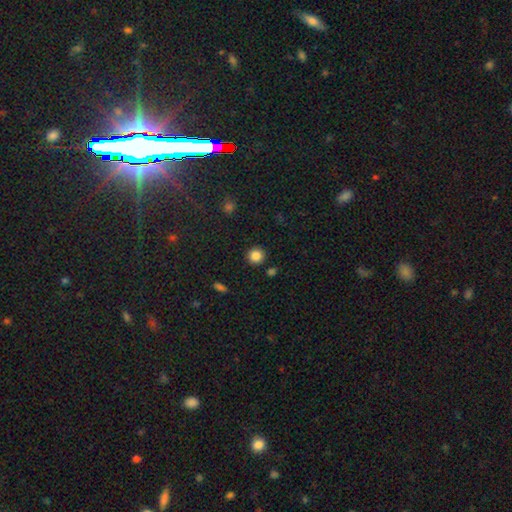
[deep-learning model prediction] Smooth or featured? Predicted: smooth (p=0.85). How rounded? Predicted: round (p=0.94). Merging? Predicted: none (p=0.90).